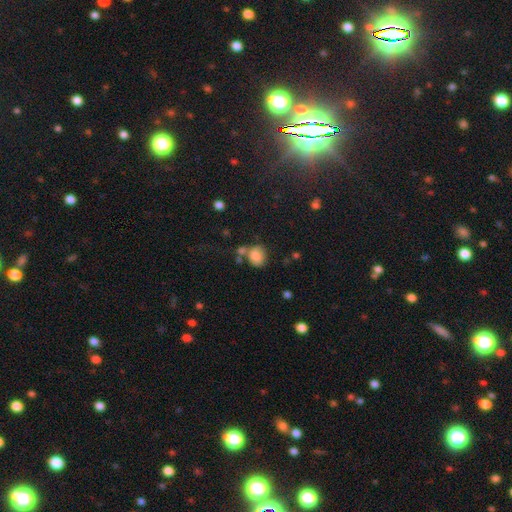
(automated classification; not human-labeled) Smooth or featured? smooth (82%)
How rounded? round (63%)
Merging? none (54%)